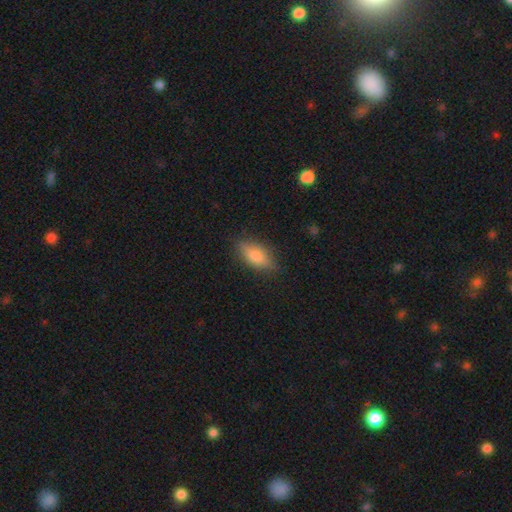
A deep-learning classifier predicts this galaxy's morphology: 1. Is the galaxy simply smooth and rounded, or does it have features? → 67% smooth, 25% featured or disk, 8% star or artifact.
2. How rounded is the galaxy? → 71% in between, 25% cigar-shaped, 4% round.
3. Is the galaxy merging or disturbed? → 84% none, 13% minor disturbance, 3% major disturbance, 1% merger.